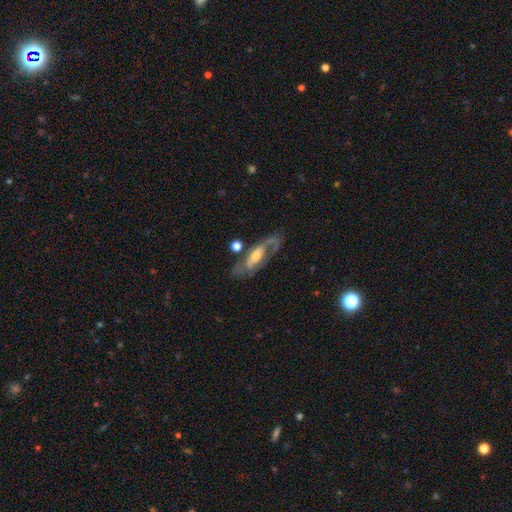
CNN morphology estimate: Overall: featured or disk (77%). Edge-on disk: no (84%). Bar: no (39%; weak 36%). Spiral arms: yes (80%). Spiral arm count: 2 (66%). Spiral winding: medium (47%; tight 27%). Bulge size: moderate (51%; small 26%). Merging: none (62%).